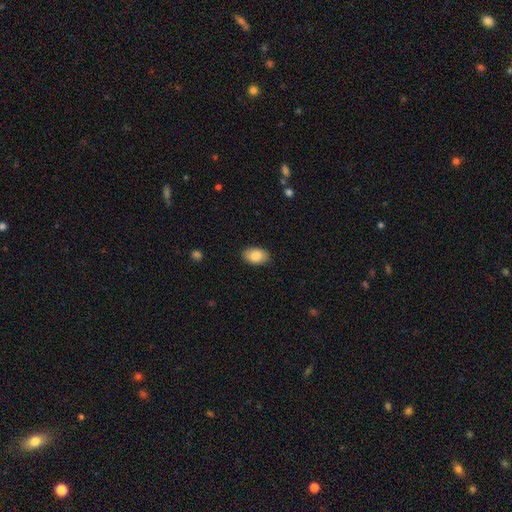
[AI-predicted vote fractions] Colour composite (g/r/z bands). It shows a smooth galaxy with no disk features (87%) that is in between round and cigar-shaped (90%). Merging: none (87%).